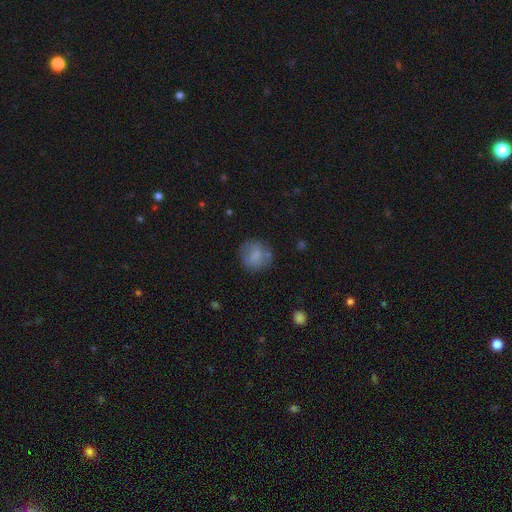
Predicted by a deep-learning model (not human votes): Q: Smooth or featured?
A: smooth (75%); runner-up: featured or disk (16%)
Q: How rounded?
A: round (88%); runner-up: in between (11%)
Q: Merging?
A: none (71%); runner-up: minor disturbance (17%)